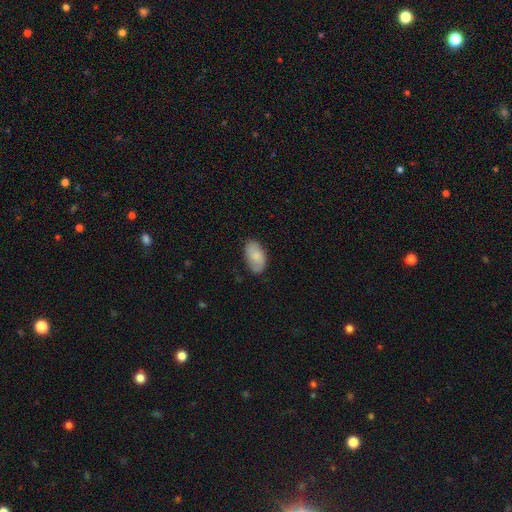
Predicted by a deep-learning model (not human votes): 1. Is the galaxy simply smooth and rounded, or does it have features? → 69% smooth, 24% featured or disk, 7% star or artifact.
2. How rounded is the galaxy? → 94% in between, 4% round, 2% cigar-shaped.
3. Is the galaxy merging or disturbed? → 79% none, 17% minor disturbance, 4% major disturbance, 1% merger.